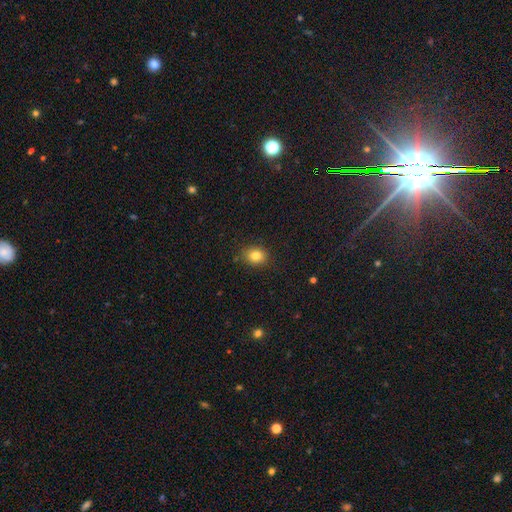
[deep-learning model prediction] smooth-or-featured: smooth: 82% | star or artifact: 11% | featured or disk: 7%
  how-rounded: round: 59% | in between: 40% | cigar-shaped: 1%
  merging: none: 86% | minor disturbance: 10% | major disturbance: 3% | merger: 1%